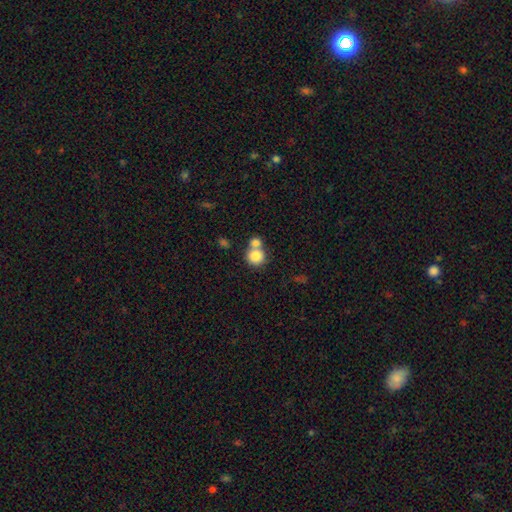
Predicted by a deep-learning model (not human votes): smooth 82%, featured or disk 9%, star or artifact 9%. Down the decision tree: how rounded — round (88%); merging — merger (46%).